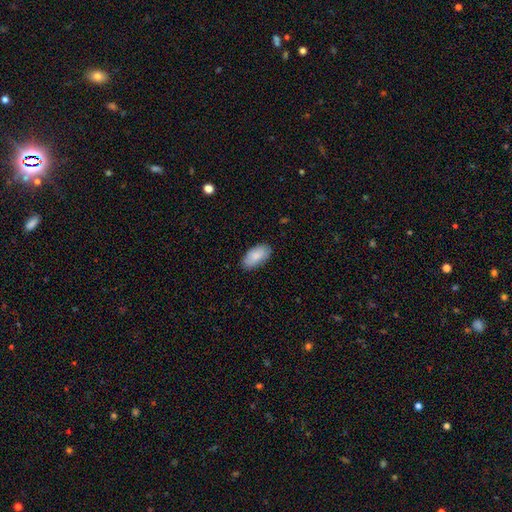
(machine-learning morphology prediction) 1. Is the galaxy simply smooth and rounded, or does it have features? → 86% smooth, 8% featured or disk, 6% star or artifact.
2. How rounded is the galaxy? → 94% in between, 3% cigar-shaped, 2% round.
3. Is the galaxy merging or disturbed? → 84% none, 12% minor disturbance, 2% major disturbance, 1% merger.